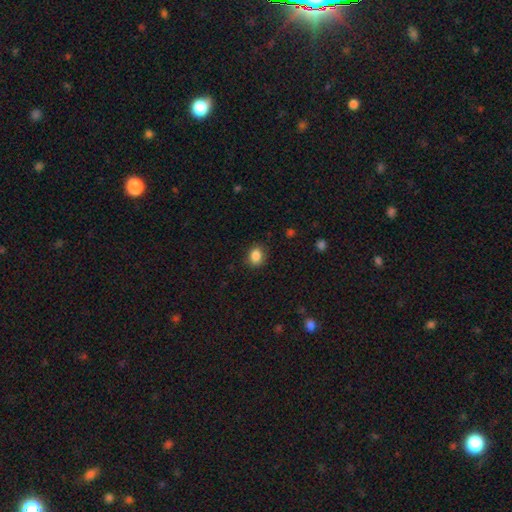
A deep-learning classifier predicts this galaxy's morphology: Smooth or featured? smooth (86%)
How rounded? round (55%)
Merging? none (86%)